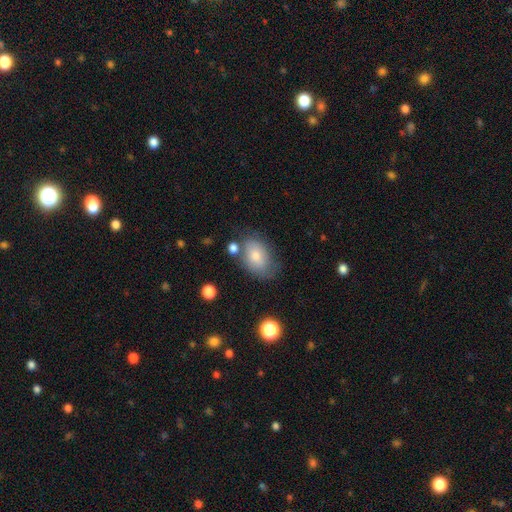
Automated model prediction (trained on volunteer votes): smooth 73%, featured or disk 18%, star or artifact 8%. Down the decision tree: how rounded — in between (84%); merging — none (61%).